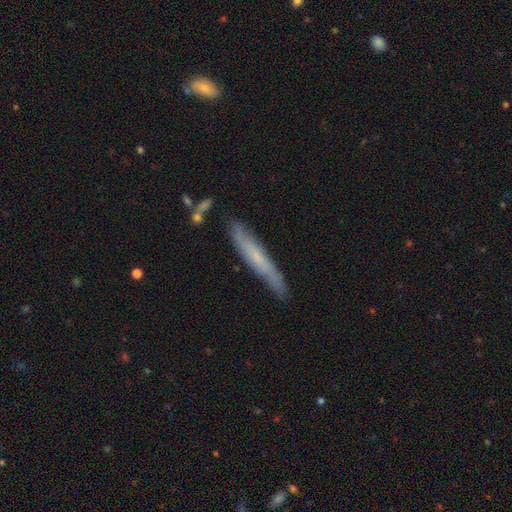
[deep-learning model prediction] This appears to be a smooth galaxy with no disk features (48%). Merging: none (79%).